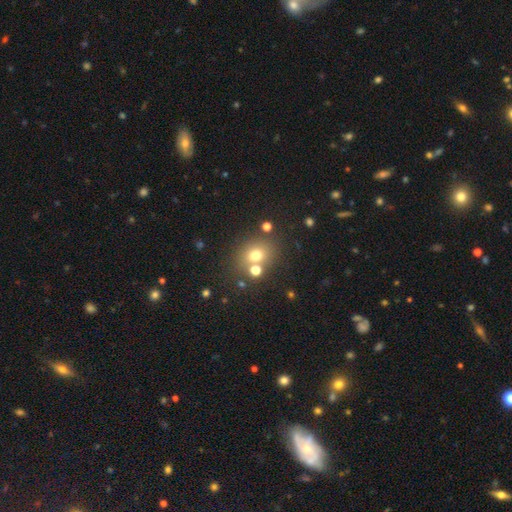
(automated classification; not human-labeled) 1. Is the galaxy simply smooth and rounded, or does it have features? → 70% smooth, 18% star or artifact, 13% featured or disk.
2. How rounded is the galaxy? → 67% round, 32% in between, 1% cigar-shaped.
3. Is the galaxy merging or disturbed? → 69% none, 16% merger, 11% minor disturbance, 4% major disturbance.